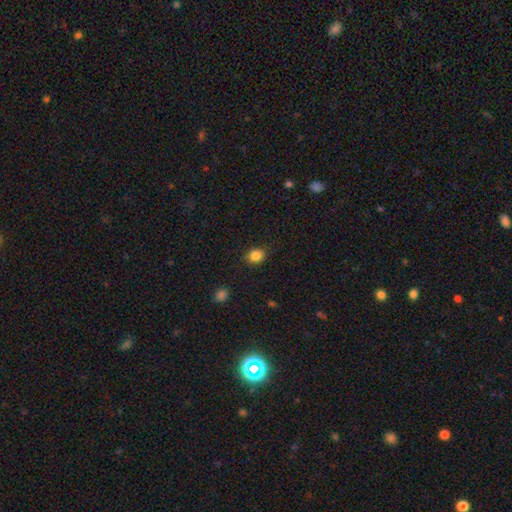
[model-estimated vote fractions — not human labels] This appears to be a smooth galaxy with no disk features (85%) that is round (61%). Merging: none (86%).